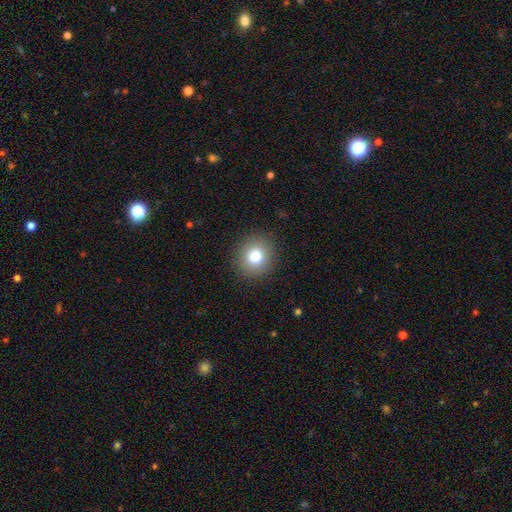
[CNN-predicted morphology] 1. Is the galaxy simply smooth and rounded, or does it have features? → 80% smooth, 11% star or artifact, 9% featured or disk.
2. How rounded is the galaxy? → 83% round, 16% in between, 1% cigar-shaped.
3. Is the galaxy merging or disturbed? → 90% none, 7% minor disturbance, 3% major disturbance, 1% merger.